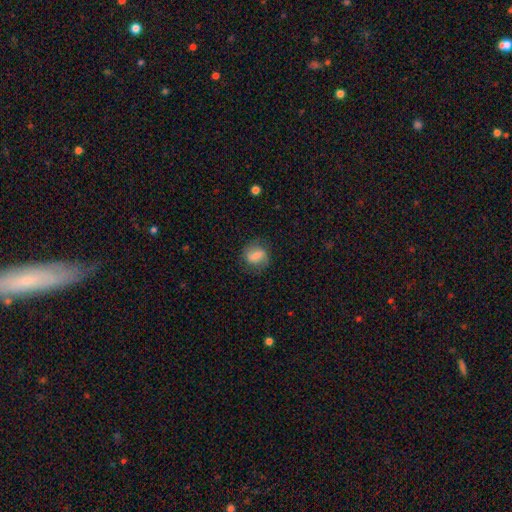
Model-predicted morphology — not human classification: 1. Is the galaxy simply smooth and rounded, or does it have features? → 57% smooth, 34% featured or disk, 8% star or artifact.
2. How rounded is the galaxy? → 55% round, 43% in between, 3% cigar-shaped.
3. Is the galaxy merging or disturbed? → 75% none, 17% minor disturbance, 7% major disturbance, 1% merger.